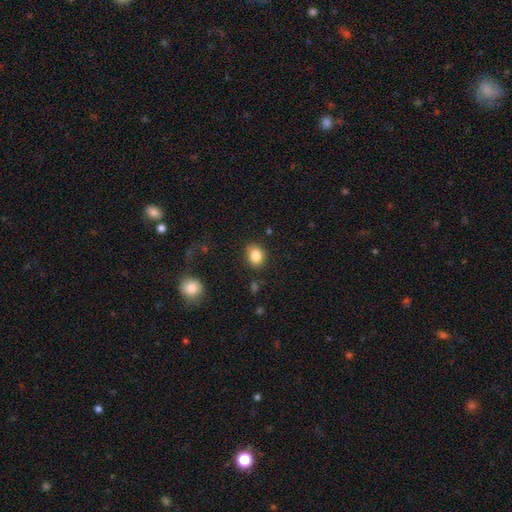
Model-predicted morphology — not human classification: Smooth or featured? Predicted: smooth (p=0.86). How rounded? Predicted: round (p=0.53). Merging? Predicted: none (p=0.84).